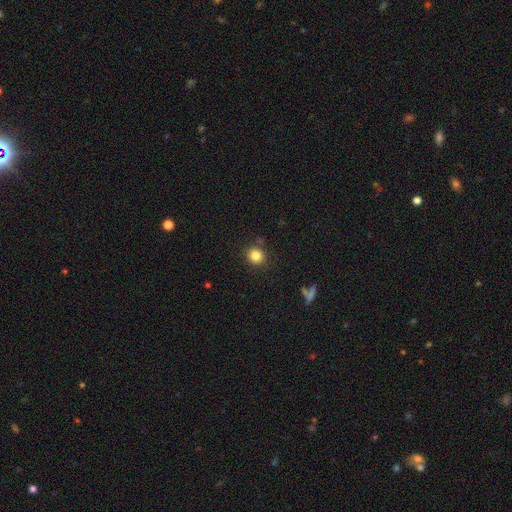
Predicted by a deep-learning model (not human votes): The model was most divided on "smooth or featured": smooth: 83%, star or artifact: 12%, featured or disk: 5%. More confident: how rounded — round (88%); merging — none (85%).